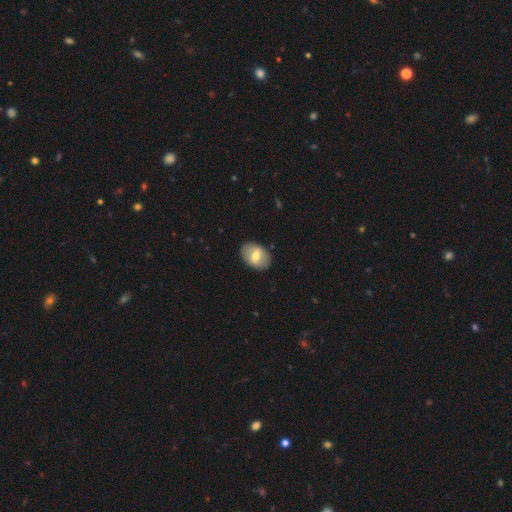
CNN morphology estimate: This is possibly a smooth galaxy (60%). How rounded: likely in between (78%). Merging: clearly none (87%).